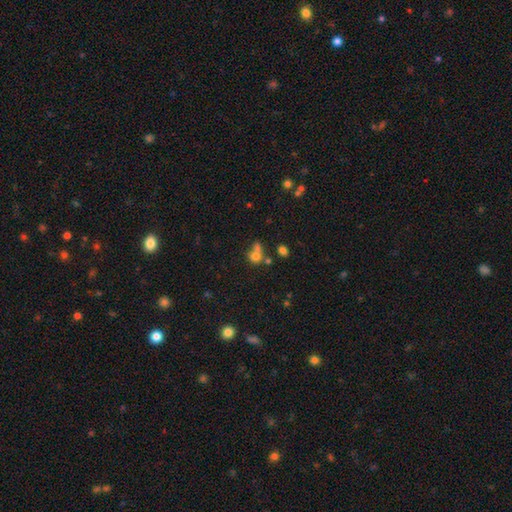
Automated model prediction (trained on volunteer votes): smooth 72%, star or artifact 16%, featured or disk 13%. Down the decision tree: how rounded — round (77%); merging — merger (46%).